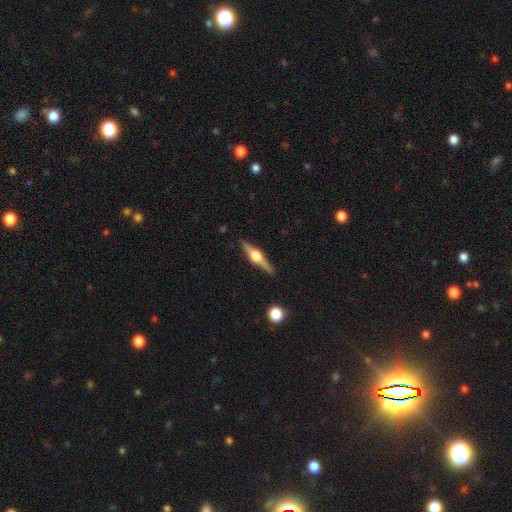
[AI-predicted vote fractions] Smooth or featured: featured or disk — 79% (smooth — 16%)
Edge-on disk: yes — 98% (no — 2%)
Edge-on bulge: rounded — 94% (boxy — 5%)
Merging: none — 89% (minor disturbance — 8%)